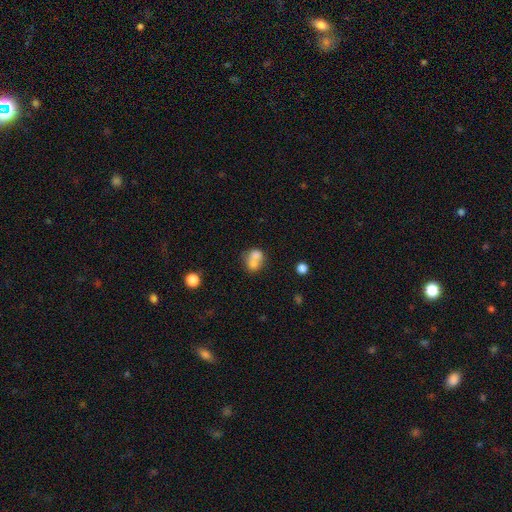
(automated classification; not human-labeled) Smooth or featured? Predicted: smooth (p=0.70). How rounded? Predicted: round (p=0.57). Merging? Predicted: merger (p=0.64).